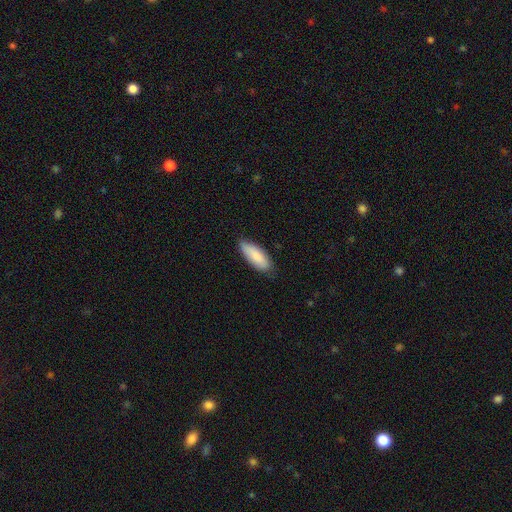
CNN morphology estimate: Q: Smooth or featured?
A: smooth (86%); runner-up: featured or disk (9%)
Q: How rounded?
A: in between (72%); runner-up: cigar-shaped (27%)
Q: Merging?
A: none (76%); runner-up: minor disturbance (20%)